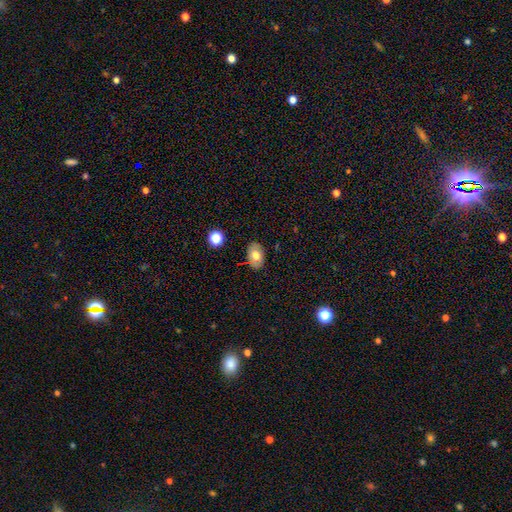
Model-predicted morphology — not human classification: This appears to be a smooth galaxy with no disk features (68%) that is in between round and cigar-shaped (81%). Merging: none (80%).